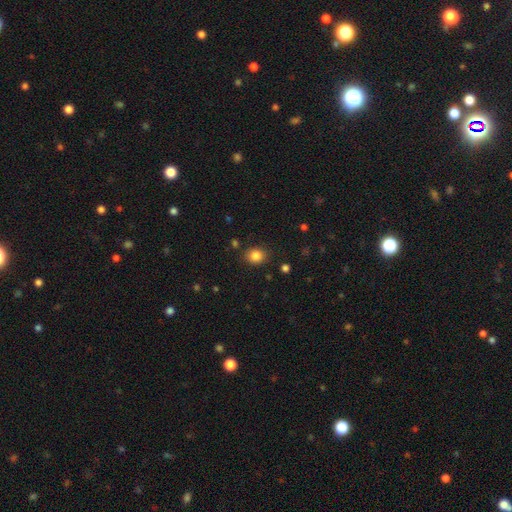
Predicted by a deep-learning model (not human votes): Smooth or featured: smooth — 84% (star or artifact — 11%)
How rounded: round — 65% (in between — 34%)
Merging: none — 86% (minor disturbance — 9%)